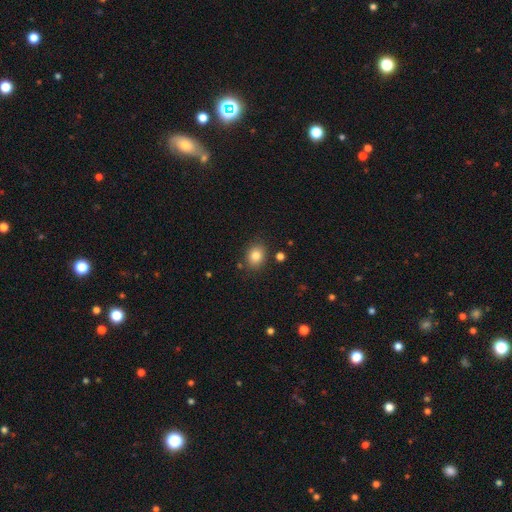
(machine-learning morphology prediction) Smooth or featured? smooth (83%)
How rounded? round (51%)
Merging? none (84%)